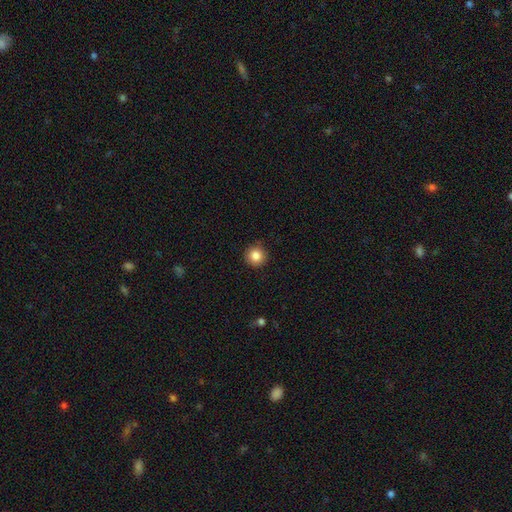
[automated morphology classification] smooth_or_featured: smooth (p=0.85) [alt: star or artifact p=0.10]
how_rounded: round (p=0.95) [alt: in between p=0.04]
merging: none (p=0.90) [alt: minor disturbance p=0.07]